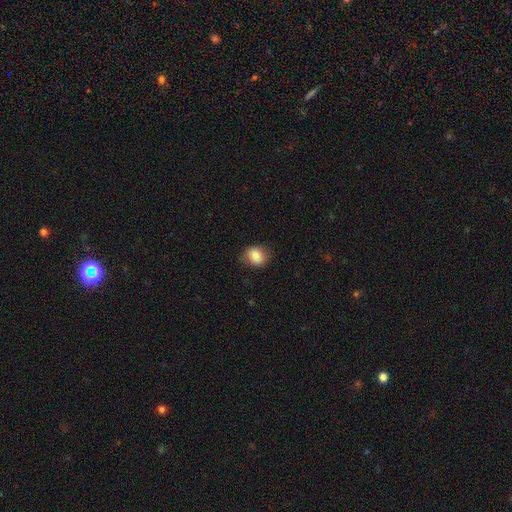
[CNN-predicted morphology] Q: Smooth or featured?
A: smooth (82%); runner-up: featured or disk (10%)
Q: How rounded?
A: round (50%); runner-up: in between (49%)
Q: Merging?
A: none (77%); runner-up: minor disturbance (18%)